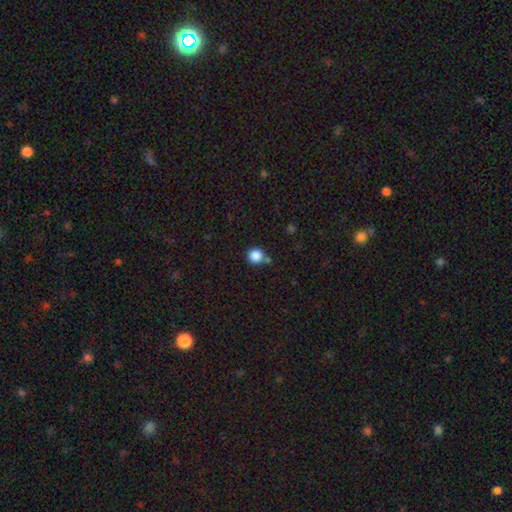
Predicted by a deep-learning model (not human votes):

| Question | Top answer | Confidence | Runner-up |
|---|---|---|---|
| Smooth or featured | smooth | 86% | star or artifact (11%) |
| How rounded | round | 94% | in between (5%) |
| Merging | none | 77% | merger (11%) |